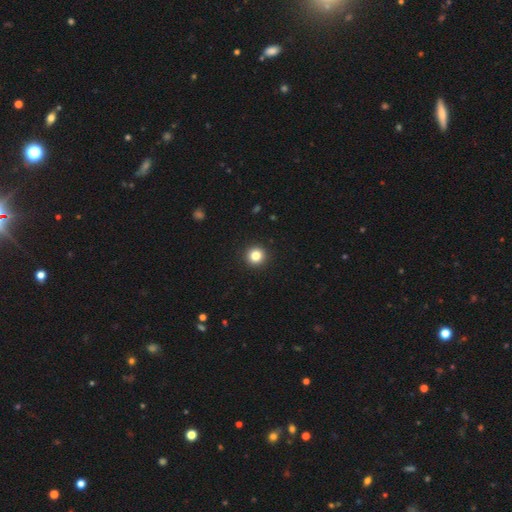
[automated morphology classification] smooth-or-featured: smooth: 83% | star or artifact: 12% | featured or disk: 5%
  how-rounded: round: 95% | in between: 4% | cigar-shaped: 1%
  merging: none: 94% | minor disturbance: 4% | major disturbance: 1% | merger: 1%